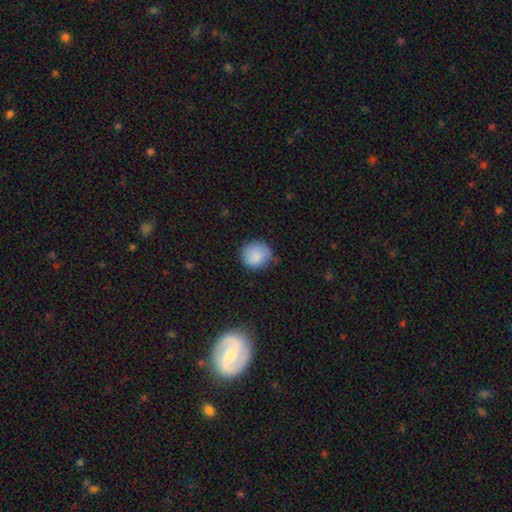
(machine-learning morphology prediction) smooth-or-featured: smooth: 86% | star or artifact: 8% | featured or disk: 7%
  how-rounded: round: 85% | in between: 14% | cigar-shaped: 1%
  merging: none: 73% | minor disturbance: 21% | major disturbance: 4% | merger: 2%